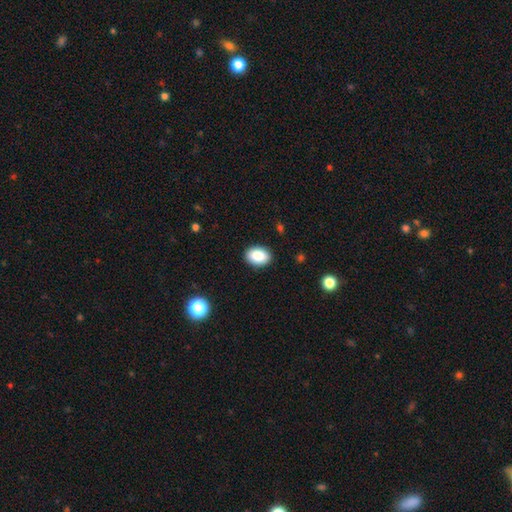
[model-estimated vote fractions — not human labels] Smooth or featured? Predicted: smooth (p=0.88). How rounded? Predicted: in between (p=0.83). Merging? Predicted: none (p=0.90).